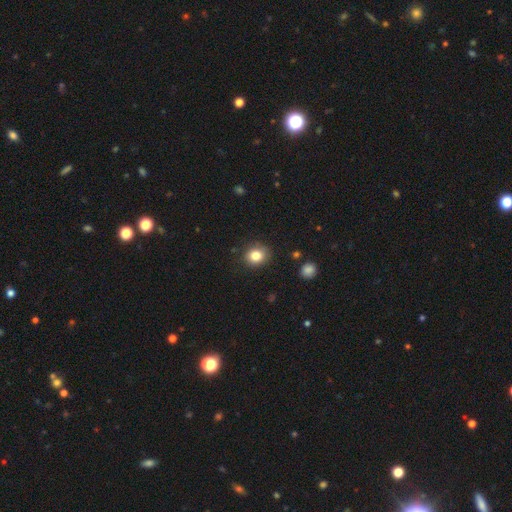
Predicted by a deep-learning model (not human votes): Smooth or featured: smooth — 82% (star or artifact — 11%)
How rounded: round — 70% (in between — 29%)
Merging: none — 85% (minor disturbance — 11%)